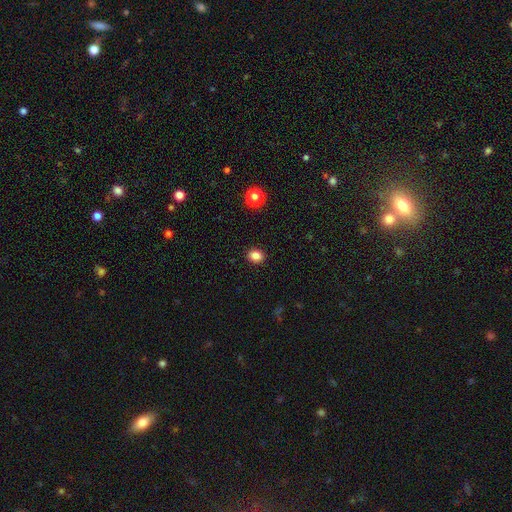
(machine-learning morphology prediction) Smooth or featured?
  - smooth: 84% *
  - star or artifact: 11%
  - featured or disk: 4%
How rounded?
  - round: 51% *
  - in between: 48%
  - cigar-shaped: 1%
Merging?
  - none: 91% *
  - minor disturbance: 6%
  - major disturbance: 2%
  - merger: 1%